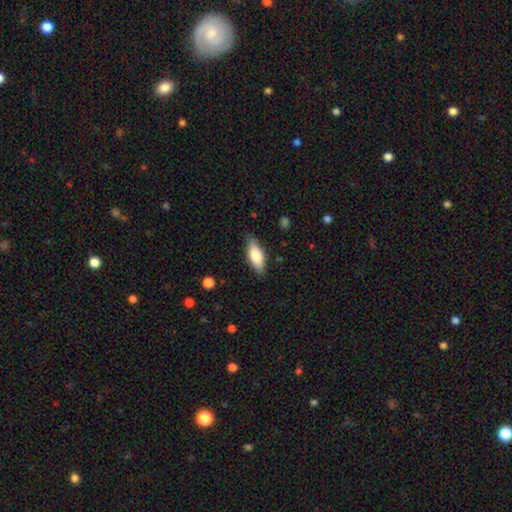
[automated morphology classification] This is likely a smooth galaxy (73%). How rounded: likely in between (74%). Merging: clearly none (82%).